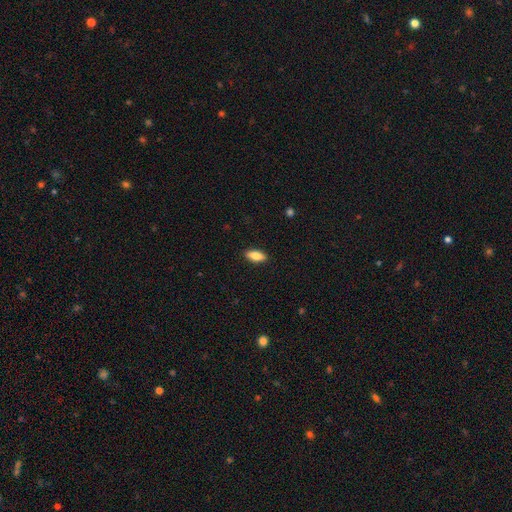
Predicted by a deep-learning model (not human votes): smooth 79%, featured or disk 14%, star or artifact 6%. Down the decision tree: how rounded — in between (83%); merging — none (90%).